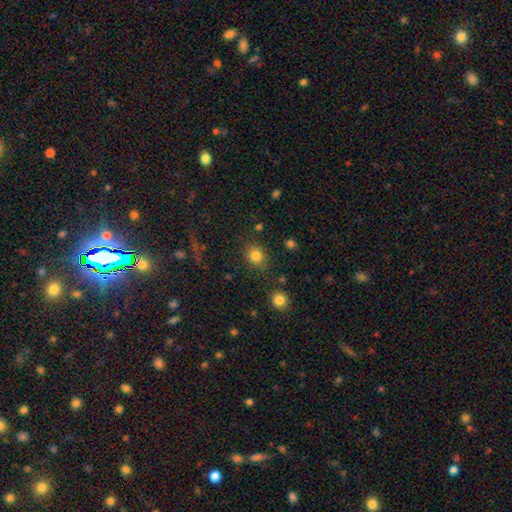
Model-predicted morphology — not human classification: Q: Smooth or featured?
A: smooth (82%); runner-up: star or artifact (12%)
Q: How rounded?
A: round (70%); runner-up: in between (29%)
Q: Merging?
A: none (82%); runner-up: minor disturbance (12%)